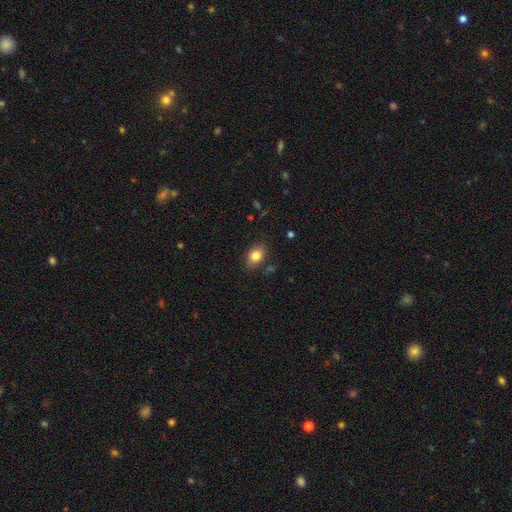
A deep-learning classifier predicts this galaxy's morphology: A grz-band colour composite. It shows a smooth galaxy with no disk features (83%) that is in between round and cigar-shaped (76%). Merging: none (82%).